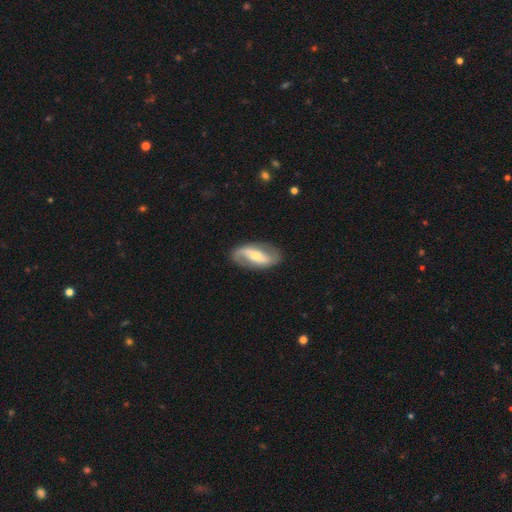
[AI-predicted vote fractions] Overall: featured or disk (78%). Edge-on disk: no (94%). Bar: strong (43%; weak 30%). Spiral arms: yes (88%). Spiral arm count: 2 (88%). Spiral winding: loose (53%; medium 32%). Bulge size: moderate (47%; small 46%). Merging: none (82%).